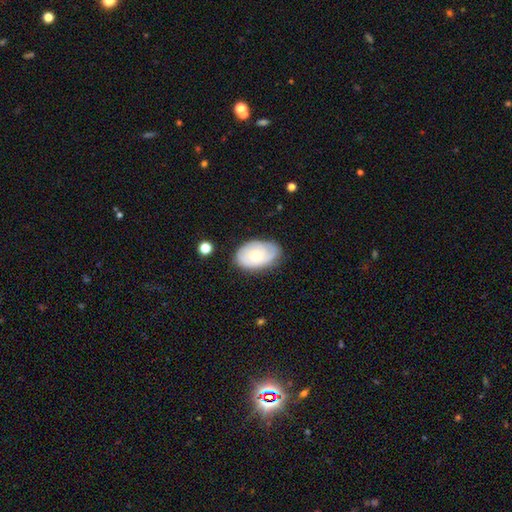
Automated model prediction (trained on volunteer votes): Smooth or featured? featured or disk (52%)
Edge-on disk? no (94%)
Merging? none (72%)